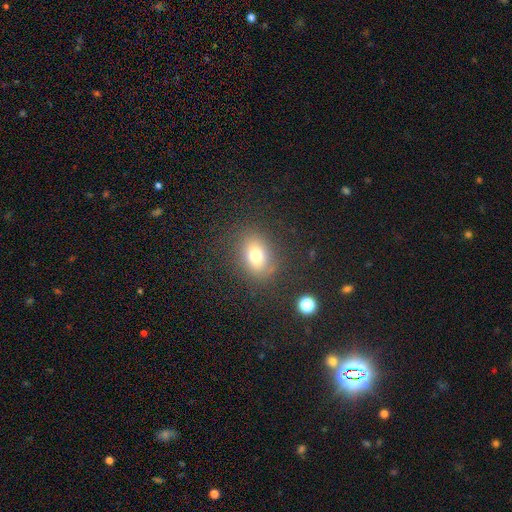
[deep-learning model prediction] smooth 73%, star or artifact 14%, featured or disk 13%. Down the decision tree: how rounded — in between (59%); merging — none (80%).